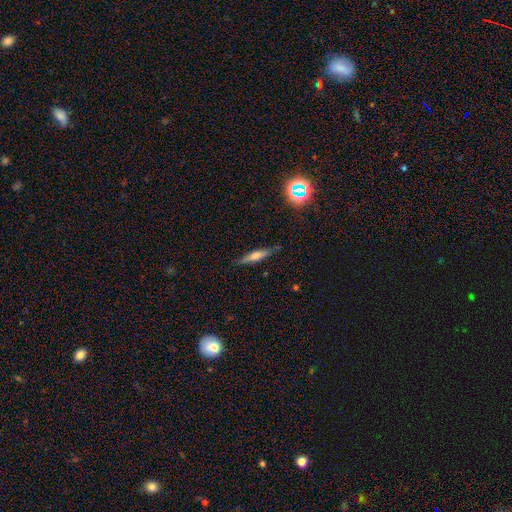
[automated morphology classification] Smooth or featured? smooth (48%)
Merging? none (82%)